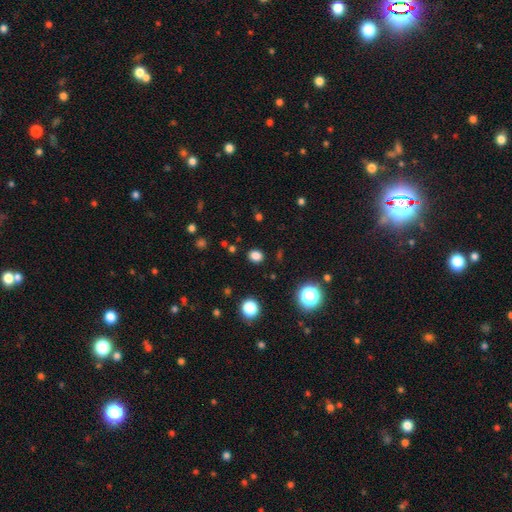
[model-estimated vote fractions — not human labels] Smooth or featured? Predicted: smooth (p=0.80). How rounded? Predicted: round (p=0.61). Merging? Predicted: none (p=0.88).